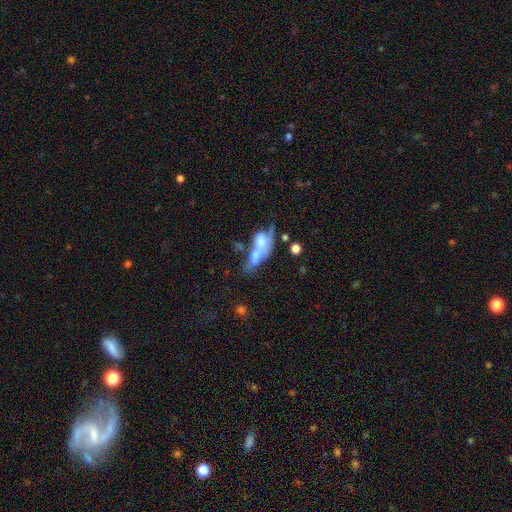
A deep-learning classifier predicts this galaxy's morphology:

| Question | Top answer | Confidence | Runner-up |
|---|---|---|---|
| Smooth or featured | smooth | 54% | featured or disk (36%) |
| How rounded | in between | 68% | cigar-shaped (19%) |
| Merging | merger | 62% | major disturbance (15%) |